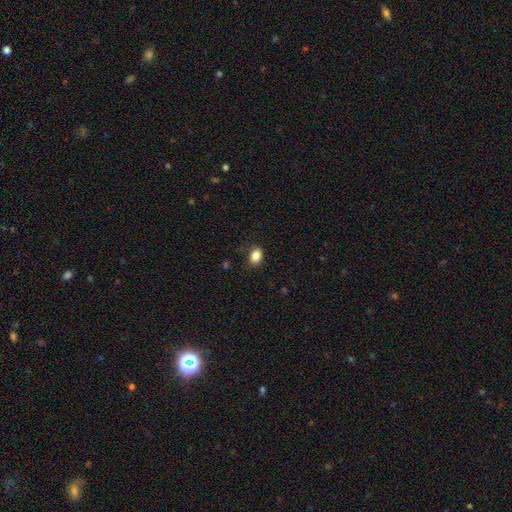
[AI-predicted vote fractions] Smooth or featured: smooth — 86% (star or artifact — 10%)
How rounded: in between — 76% (round — 23%)
Merging: none — 82% (minor disturbance — 13%)